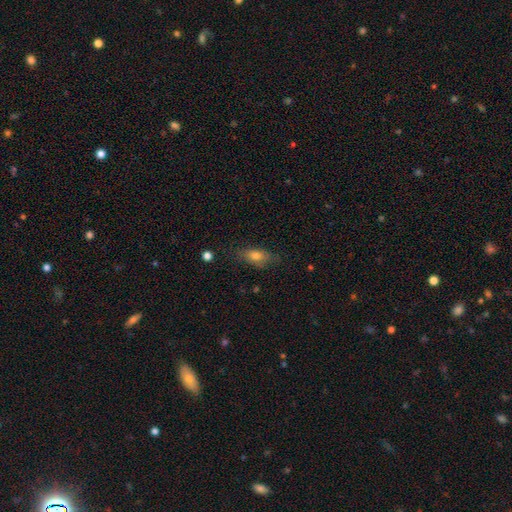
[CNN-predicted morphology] A smooth galaxy with no disk features (72%) that is in between round and cigar-shaped (75%).

Vote fractions:
- Smooth or featured? smooth: 72% / featured or disk: 19% / star or artifact: 10%
- How rounded? in between: 75% / cigar-shaped: 16% / round: 9%
- Merging? none: 74% / minor disturbance: 19% / major disturbance: 5% / merger: 1%